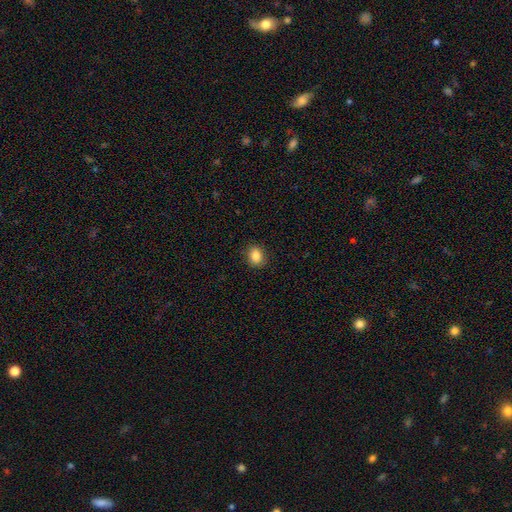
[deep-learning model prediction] Smooth or featured?
  - smooth: 86% *
  - star or artifact: 9%
  - featured or disk: 5%
How rounded?
  - round: 52% *
  - in between: 47%
  - cigar-shaped: 1%
Merging?
  - none: 88% *
  - minor disturbance: 8%
  - major disturbance: 2%
  - merger: 1%